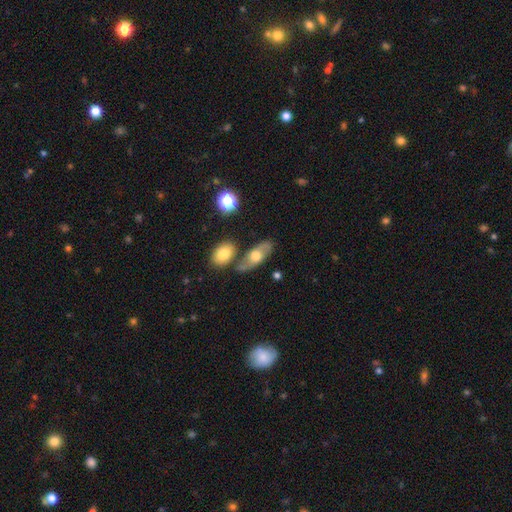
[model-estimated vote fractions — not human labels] Q: Smooth or featured?
A: smooth (49%); runner-up: featured or disk (44%)
Q: Merging?
A: none (63%); runner-up: merger (16%)